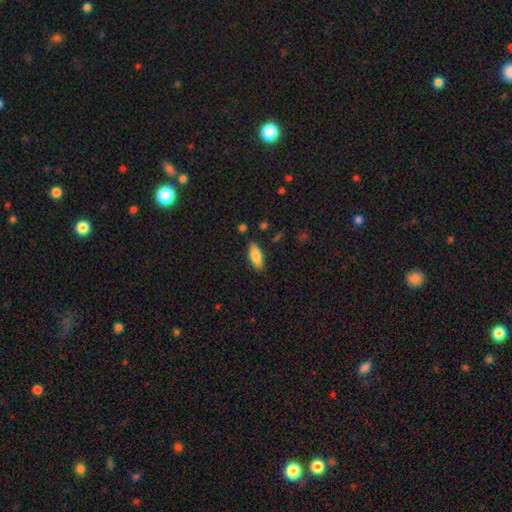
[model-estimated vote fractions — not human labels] A smooth galaxy with no disk features (81%) that is in between round and cigar-shaped (74%).

Vote fractions:
- Smooth or featured? smooth: 81% / featured or disk: 13% / star or artifact: 6%
- How rounded? in between: 74% / cigar-shaped: 24% / round: 2%
- Merging? none: 85% / minor disturbance: 11% / major disturbance: 2% / merger: 2%